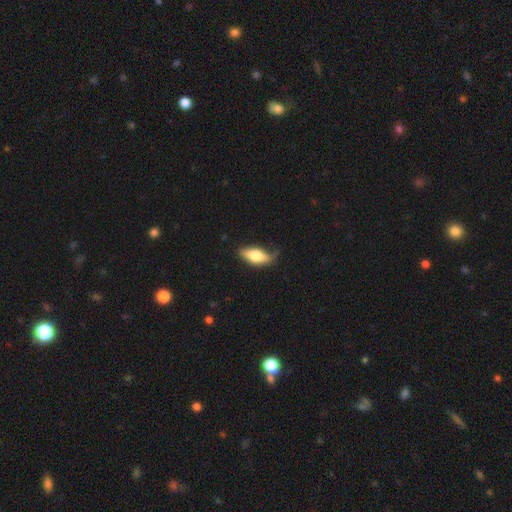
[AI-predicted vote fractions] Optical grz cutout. It shows a smooth galaxy with no disk features (61%) that is in between round and cigar-shaped (75%). Merging: none (60%).